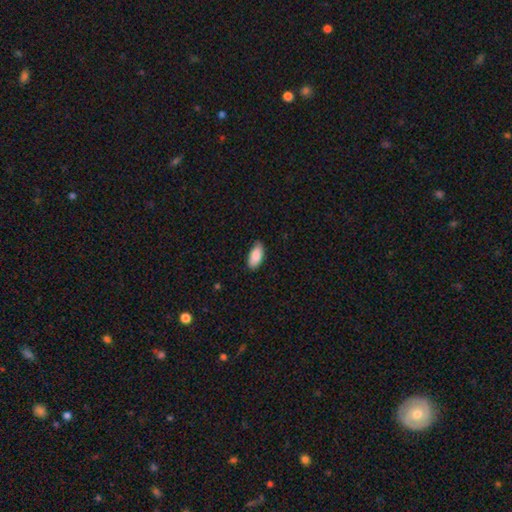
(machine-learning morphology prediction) type=smooth (86%); roundness=in between (91%); merging=none (77%).